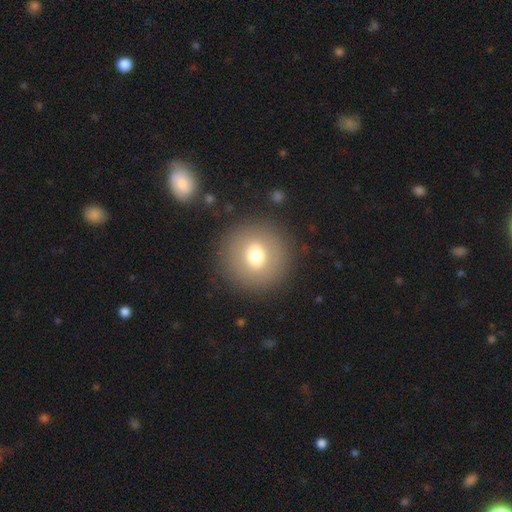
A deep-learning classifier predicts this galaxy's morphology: smooth_or_featured: smooth (p=0.69) [alt: featured or disk p=0.19]
how_rounded: round (p=0.94) [alt: in between p=0.05]
merging: none (p=0.89) [alt: minor disturbance p=0.06]